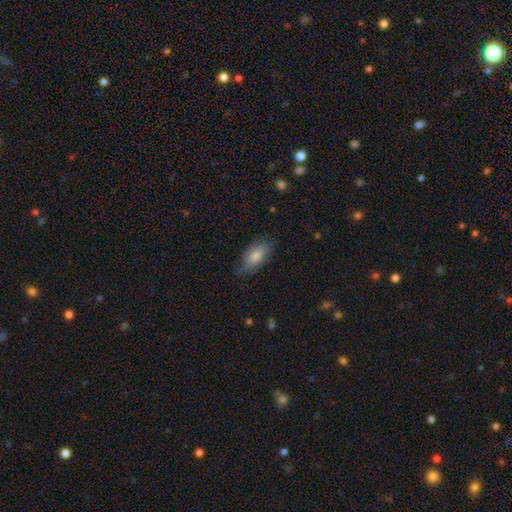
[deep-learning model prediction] Smooth or featured? smooth (64%)
How rounded? in between (83%)
Merging? none (71%)